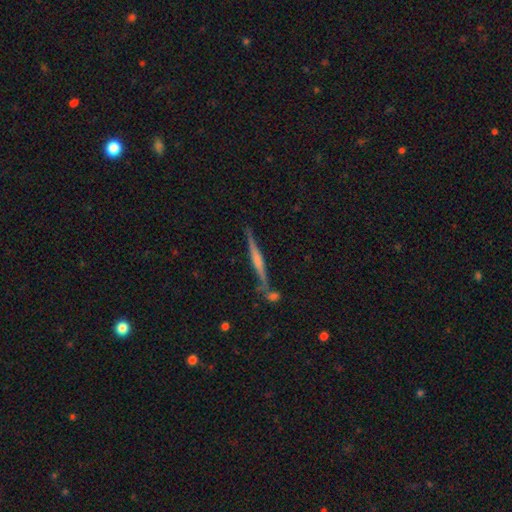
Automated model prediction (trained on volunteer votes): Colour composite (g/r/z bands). It shows a featured or disk galaxy (69%) viewed edge-on (98%) with a rounded central bulge (38%, tied with none). Merging: none (82%).